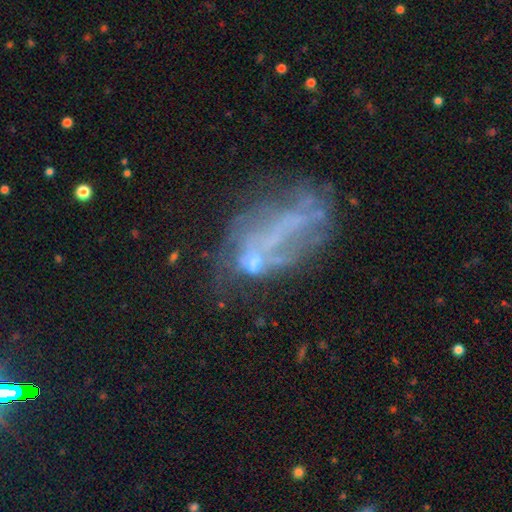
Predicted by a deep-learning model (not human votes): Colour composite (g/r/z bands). It shows a featured or disk galaxy (60%) with no bar (72%), no spiral arms (74%) and no central bulge (59%). Merging: major disturbance (37%).